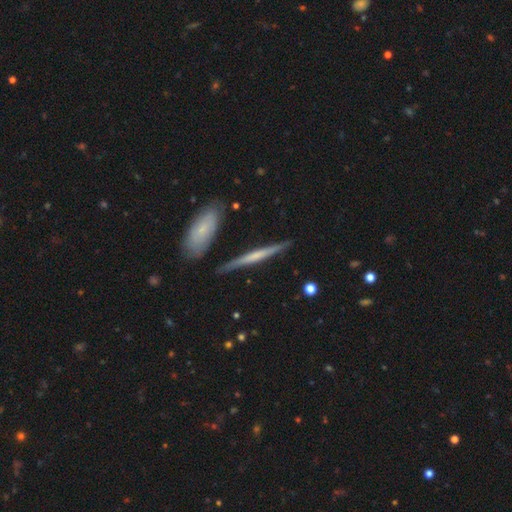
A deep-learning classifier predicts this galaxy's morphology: Smooth or featured?
  - featured or disk: 57% *
  - smooth: 38%
  - star or artifact: 5%
Edge-on disk?
  - yes: 96% *
  - no: 4%
Edge-on bulge?
  - none: 62% *
  - rounded: 25%
  - boxy: 13%
Merging?
  - none: 86% *
  - minor disturbance: 9%
  - merger: 3%
  - major disturbance: 2%